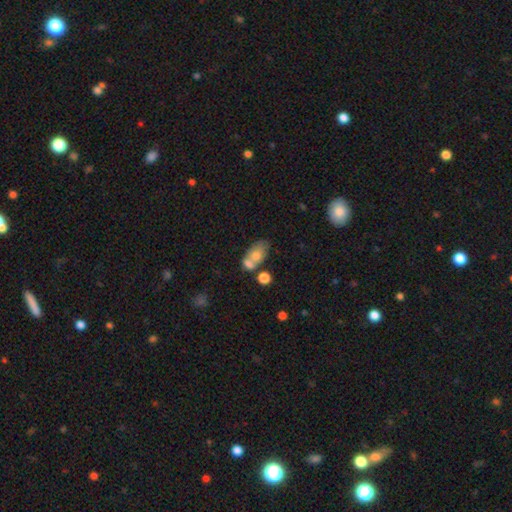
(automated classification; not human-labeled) Overall: smooth (69%). How rounded: in between (85%). Merging: merger (44%; none 31%).